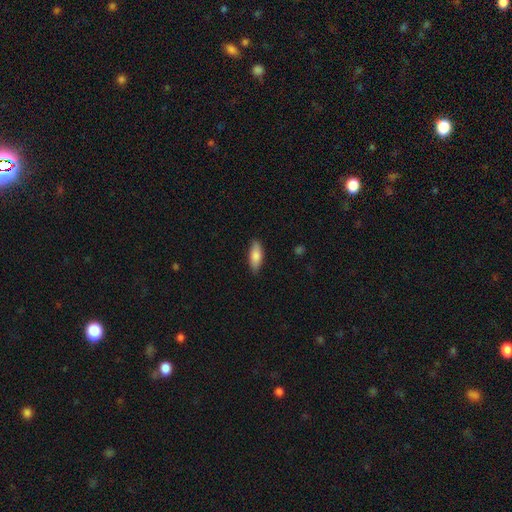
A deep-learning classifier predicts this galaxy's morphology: Smooth or featured? Predicted: smooth (p=0.82). How rounded? Predicted: in between (p=0.71). Merging? Predicted: none (p=0.85).